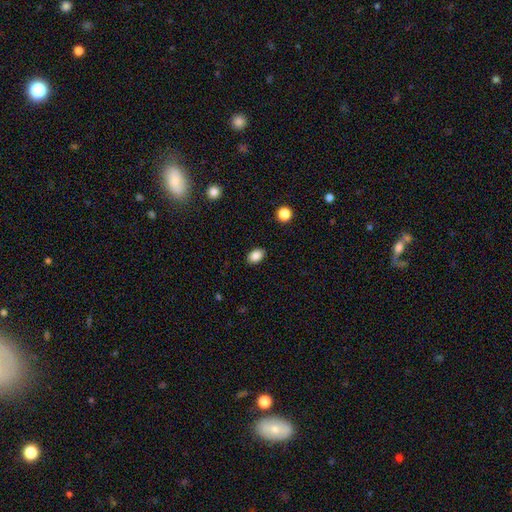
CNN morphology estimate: Overall: smooth (87%). How rounded: in between (81%). Merging: none (89%).